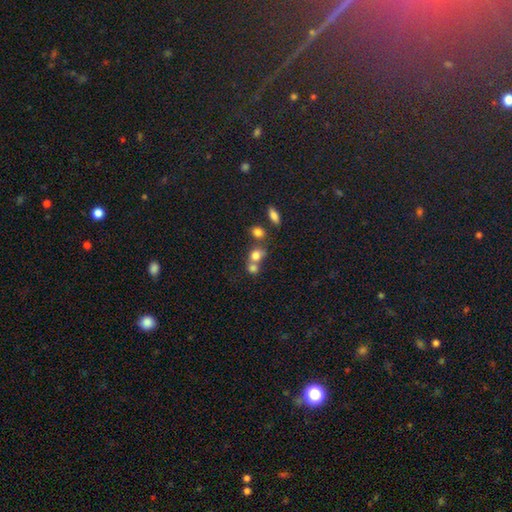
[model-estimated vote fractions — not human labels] Smooth or featured: smooth — 76% (star or artifact — 12%)
How rounded: round — 65% (in between — 33%)
Merging: merger — 52% (none — 35%)